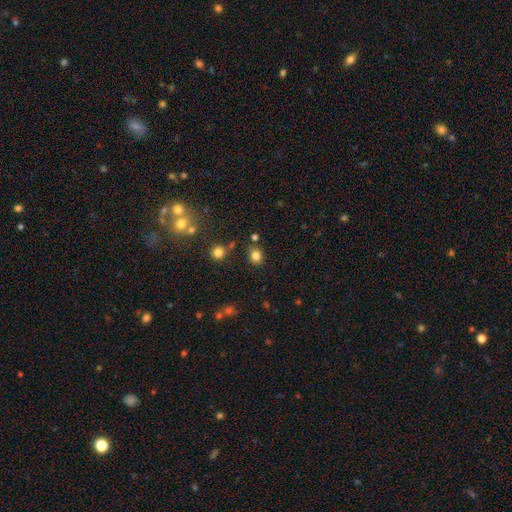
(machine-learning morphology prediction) This is clearly a smooth galaxy (81%). How rounded: possibly round (58%). Merging: likely none (78%).